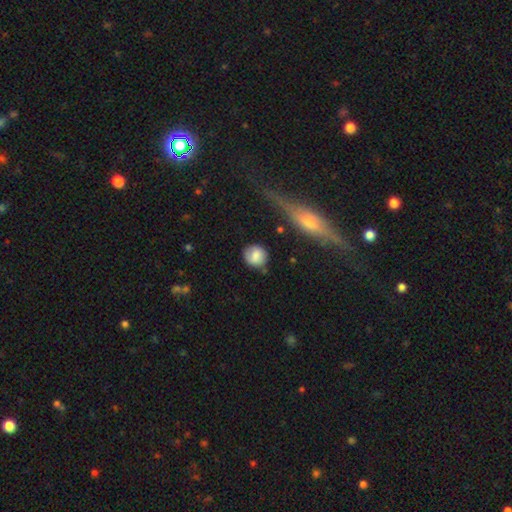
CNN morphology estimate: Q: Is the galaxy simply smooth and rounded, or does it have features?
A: smooth — 77%.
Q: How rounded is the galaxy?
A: round — 85%.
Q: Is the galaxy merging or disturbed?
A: none — 74%.